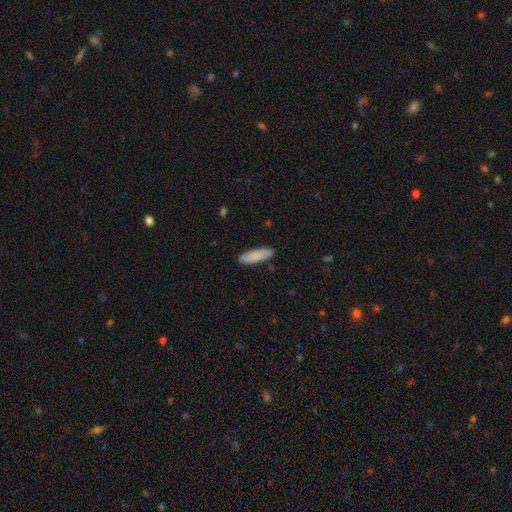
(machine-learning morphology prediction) Smooth or featured: smooth — 87% (featured or disk — 8%)
How rounded: cigar-shaped — 62% (in between — 37%)
Merging: none — 88% (minor disturbance — 9%)